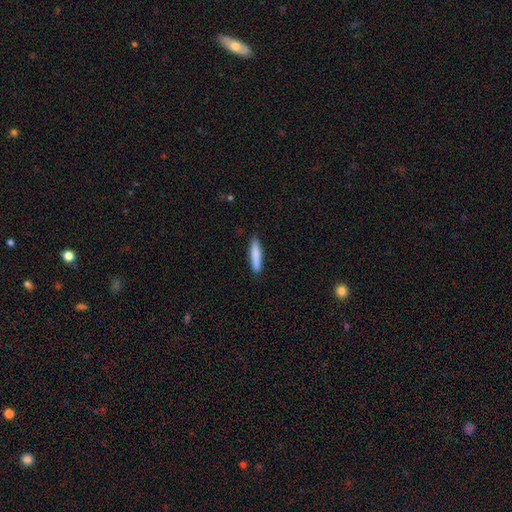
Smooth or featured?
  - smooth: 85% *
  - featured or disk: 8%
  - star or artifact: 8%
How rounded?
  - cigar-shaped: 91% *
  - in between: 9%
  - round: 0%
Merging?
  - none: 86% *
  - major disturbance: 11%
  - minor disturbance: 3%
  - merger: 0%